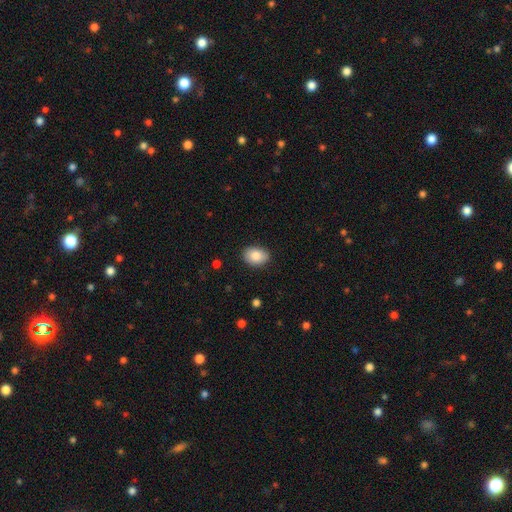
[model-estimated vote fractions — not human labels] Smooth or featured? smooth (86%)
How rounded? in between (77%)
Merging? none (86%)